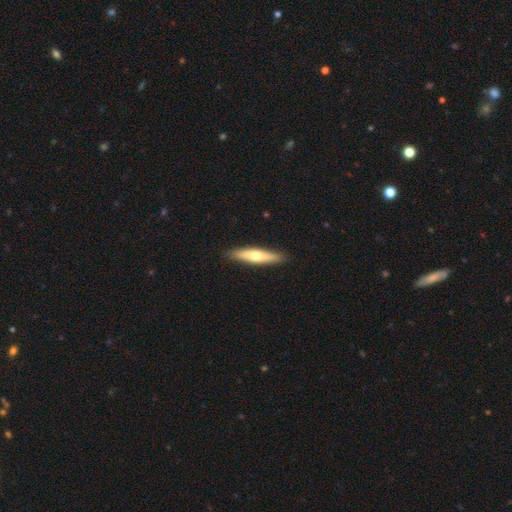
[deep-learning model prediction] Morphology: type=smooth (53%); roundness=cigar-shaped (79%); merging=none (89%).